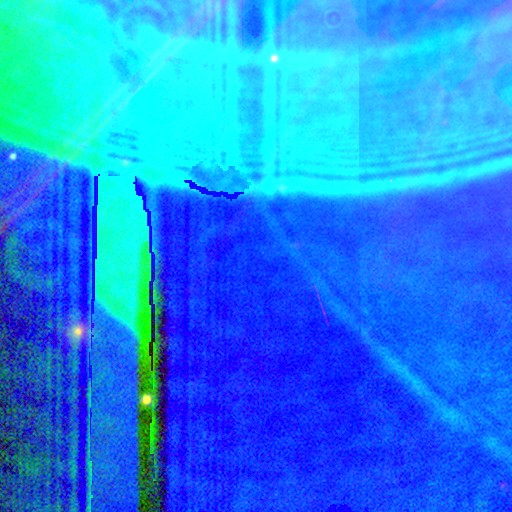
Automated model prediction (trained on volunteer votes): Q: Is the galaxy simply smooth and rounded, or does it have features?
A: star or artifact — 87%.